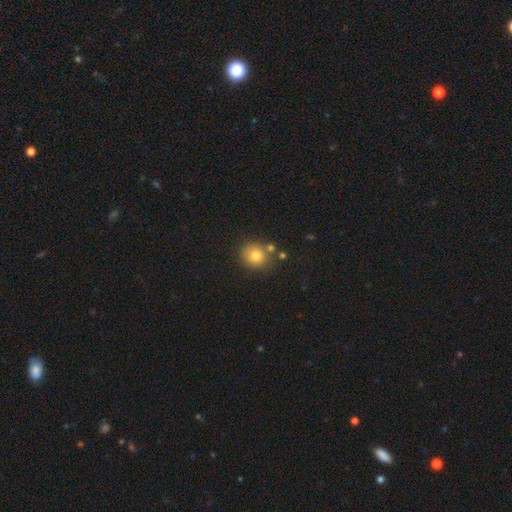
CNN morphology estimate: smooth-or-featured: smooth: 79% | star or artifact: 12% | featured or disk: 9%
  how-rounded: round: 86% | in between: 13% | cigar-shaped: 1%
  merging: none: 76% | merger: 11% | minor disturbance: 10% | major disturbance: 3%